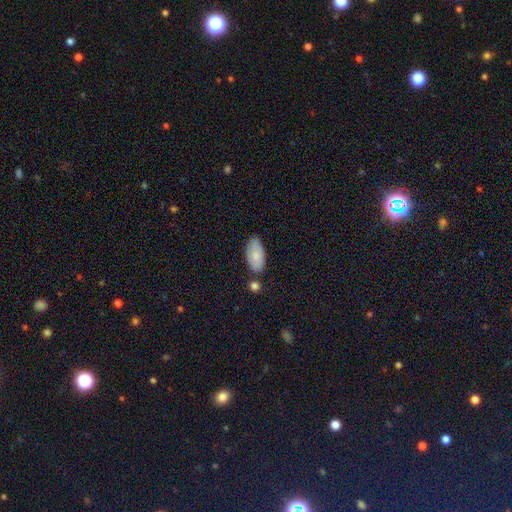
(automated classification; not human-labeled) Smooth or featured: smooth — 81% (featured or disk — 13%)
How rounded: in between — 93% (cigar-shaped — 5%)
Merging: none — 67% (minor disturbance — 20%)